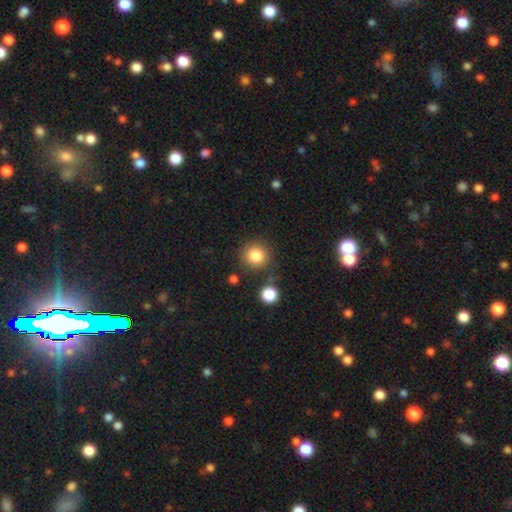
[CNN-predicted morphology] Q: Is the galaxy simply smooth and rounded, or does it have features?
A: smooth — 84%.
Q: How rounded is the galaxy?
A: round — 93%.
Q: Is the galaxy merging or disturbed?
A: none — 82%.